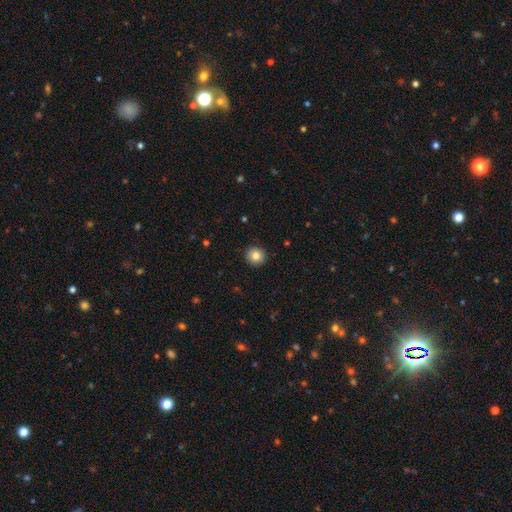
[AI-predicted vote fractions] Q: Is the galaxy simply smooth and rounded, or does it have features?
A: smooth — 83%.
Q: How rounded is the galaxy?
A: round — 93%.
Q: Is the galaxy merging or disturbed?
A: none — 92%.